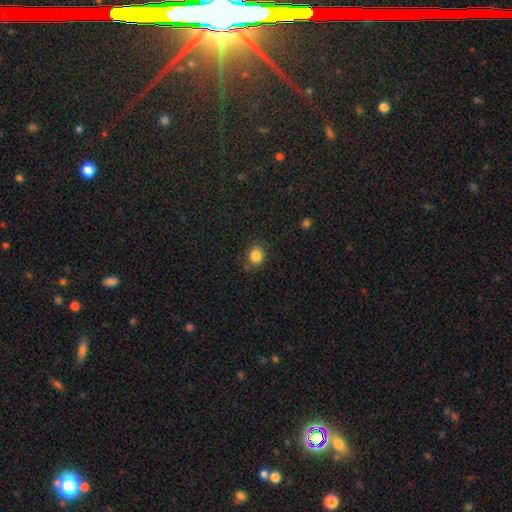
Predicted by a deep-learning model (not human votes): A smooth galaxy with no disk features (85%) that is round (72%).

Vote fractions:
- Smooth or featured? smooth: 85% / star or artifact: 11% / featured or disk: 4%
- How rounded? round: 72% / in between: 27% / cigar-shaped: 1%
- Merging? none: 82% / minor disturbance: 12% / major disturbance: 3% / merger: 3%